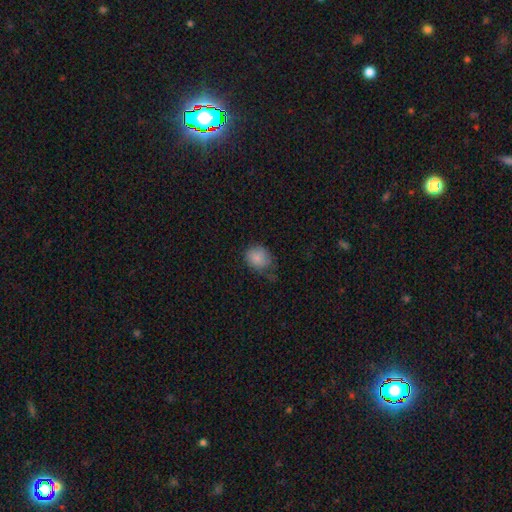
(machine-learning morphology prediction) type=smooth (83%); roundness=round (60%); merging=none (47%).